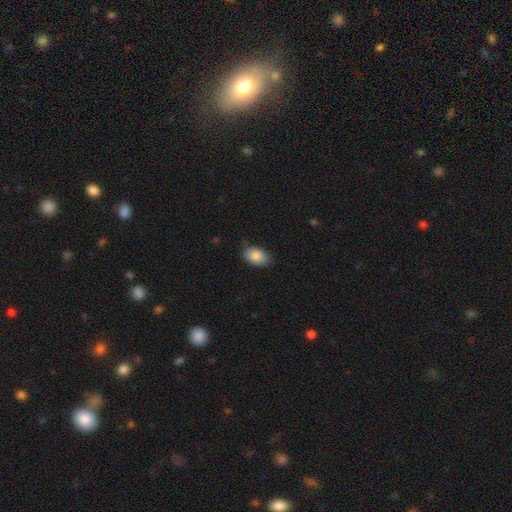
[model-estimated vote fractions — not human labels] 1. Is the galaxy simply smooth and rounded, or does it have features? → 86% smooth, 7% star or artifact, 6% featured or disk.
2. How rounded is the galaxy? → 89% in between, 10% round, 1% cigar-shaped.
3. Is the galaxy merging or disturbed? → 74% none, 21% minor disturbance, 3% major disturbance, 1% merger.